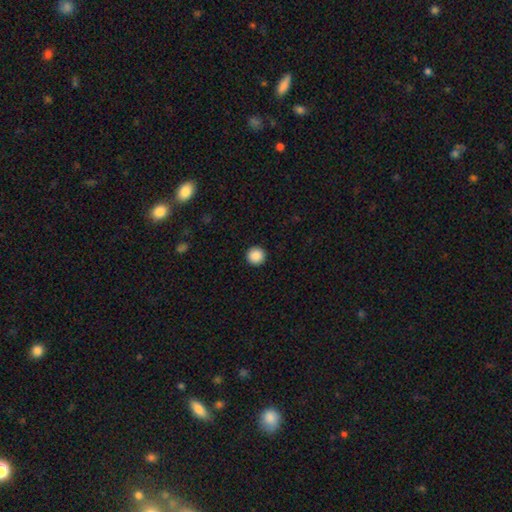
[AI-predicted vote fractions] Smooth or featured: smooth — 89% (star or artifact — 9%)
How rounded: round — 96% (in between — 3%)
Merging: none — 93% (minor disturbance — 4%)